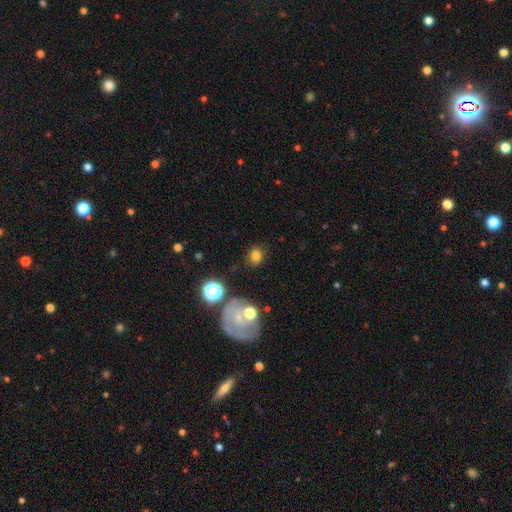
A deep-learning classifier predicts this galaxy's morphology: Smooth or featured? smooth (77%)
How rounded? round (64%)
Merging? none (80%)